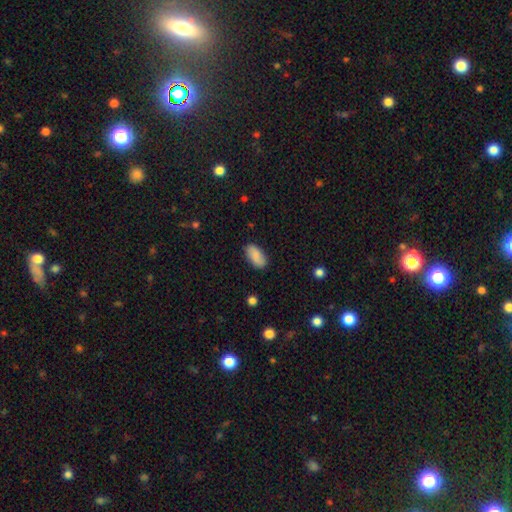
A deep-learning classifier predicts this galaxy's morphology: A smooth galaxy with no disk features (84%) that is in between round and cigar-shaped (93%).

Vote fractions:
- Smooth or featured? smooth: 84% / featured or disk: 10% / star or artifact: 7%
- How rounded? in between: 93% / cigar-shaped: 4% / round: 3%
- Merging? none: 83% / minor disturbance: 13% / major disturbance: 3% / merger: 1%